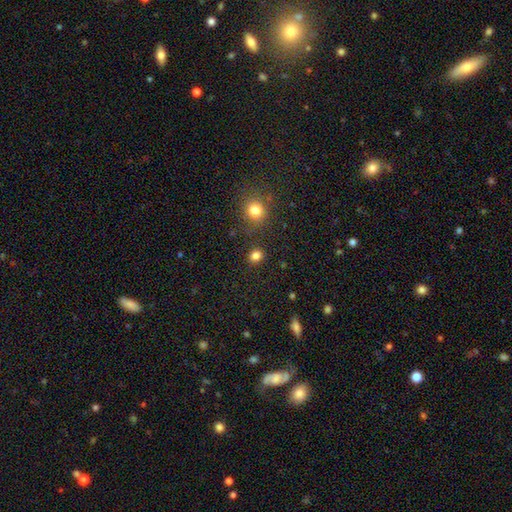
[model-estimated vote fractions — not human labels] Q: Smooth or featured?
A: smooth (82%); runner-up: star or artifact (14%)
Q: How rounded?
A: round (76%); runner-up: in between (23%)
Q: Merging?
A: none (86%); runner-up: minor disturbance (8%)